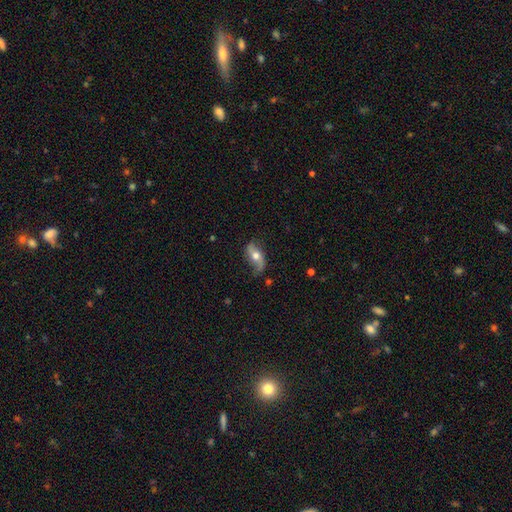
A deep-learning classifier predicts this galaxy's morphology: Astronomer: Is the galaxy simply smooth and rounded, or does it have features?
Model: featured or disk — 55% (runner-up: smooth, 39%).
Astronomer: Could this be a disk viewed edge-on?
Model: no — 80%.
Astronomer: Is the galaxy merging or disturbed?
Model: none — 61%.